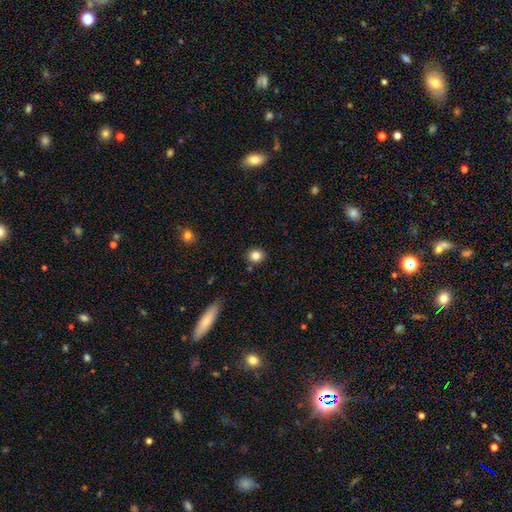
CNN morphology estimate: Smooth or featured: smooth — 83% (star or artifact — 11%)
How rounded: round — 75% (in between — 24%)
Merging: none — 87% (minor disturbance — 8%)